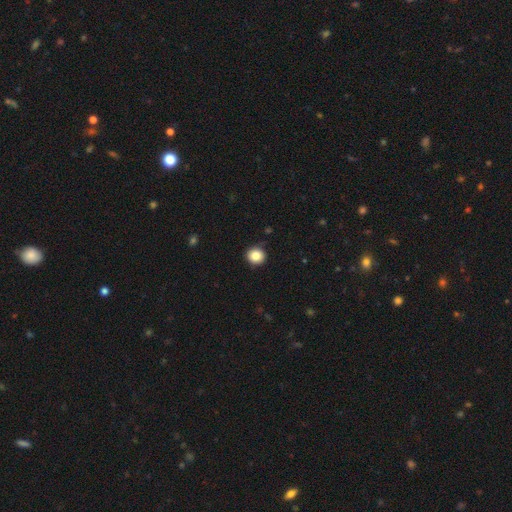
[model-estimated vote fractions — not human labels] A smooth galaxy with no disk features (85%) that is round (91%).

Vote fractions:
- Smooth or featured? smooth: 85% / star or artifact: 10% / featured or disk: 5%
- How rounded? round: 91% / in between: 8% / cigar-shaped: 1%
- Merging? none: 91% / minor disturbance: 7% / major disturbance: 2% / merger: 1%